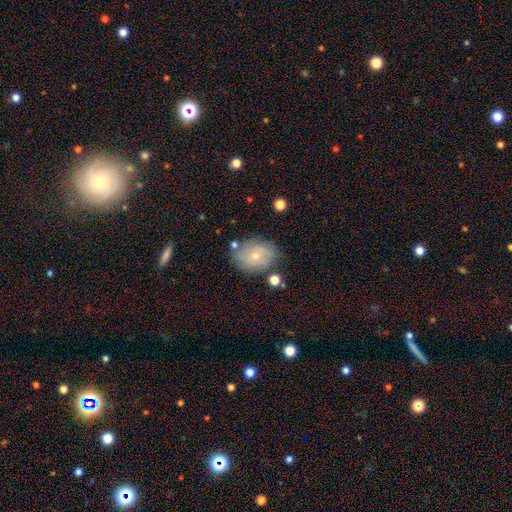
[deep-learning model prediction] Overall: smooth (54%; featured or disk 37%). How rounded: in between (65%; round 34%). Merging: none (72%).